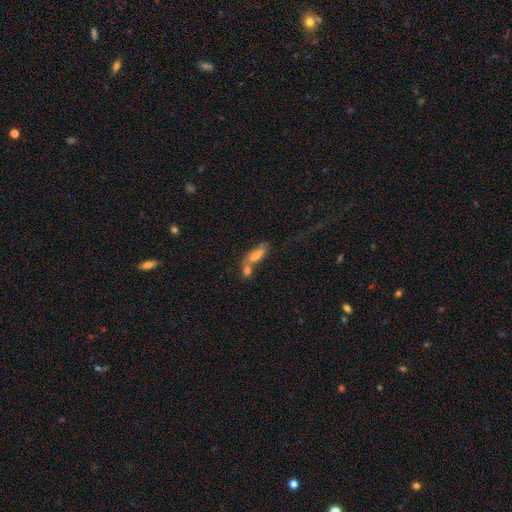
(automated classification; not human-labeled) Smooth or featured? smooth (61%)
How rounded? in between (57%)
Merging? merger (47%)